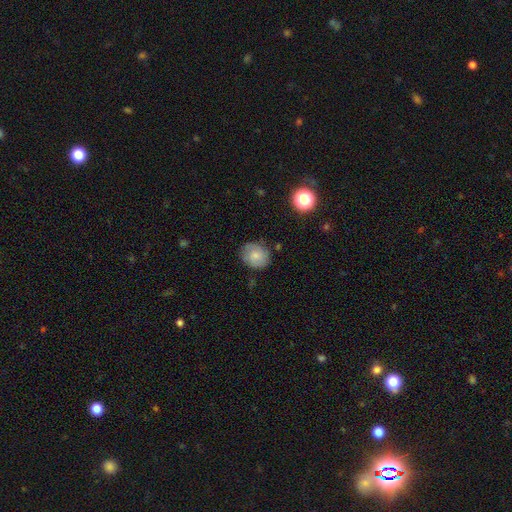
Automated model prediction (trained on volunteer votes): A smooth galaxy with no disk features (75%) that is round (73%). Merging: none (76%).